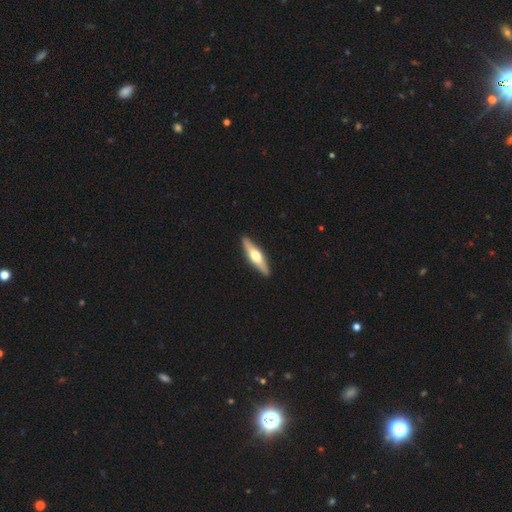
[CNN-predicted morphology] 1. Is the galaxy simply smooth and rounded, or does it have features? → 56% featured or disk, 39% smooth, 5% star or artifact.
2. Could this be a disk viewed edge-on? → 93% yes, 7% no.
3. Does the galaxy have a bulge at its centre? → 93% rounded, 4% boxy, 3% none.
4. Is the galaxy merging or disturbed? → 91% none, 7% minor disturbance, 1% major disturbance, 1% merger.